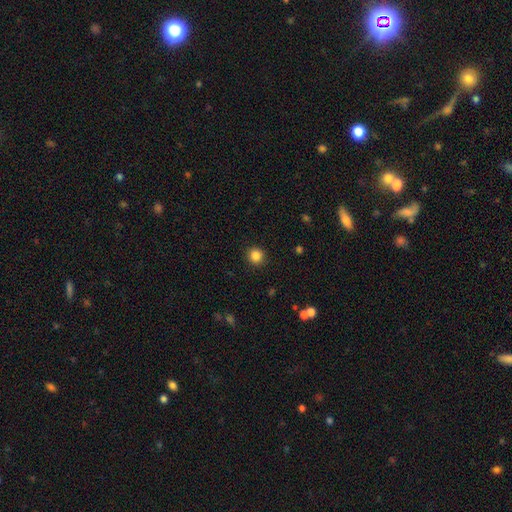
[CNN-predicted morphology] smooth-or-featured: smooth: 85% | star or artifact: 11% | featured or disk: 4%
  how-rounded: round: 92% | in between: 7% | cigar-shaped: 1%
  merging: none: 91% | minor disturbance: 6% | major disturbance: 2% | merger: 1%